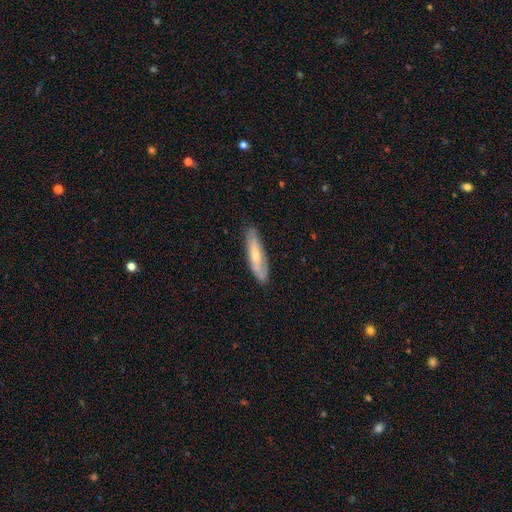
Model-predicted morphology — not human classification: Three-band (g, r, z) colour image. It shows a smooth galaxy with no disk features (47%, tied with featured or disk). Merging: none (75%).